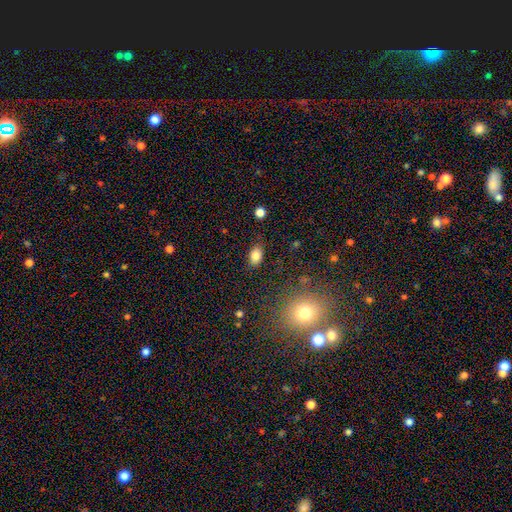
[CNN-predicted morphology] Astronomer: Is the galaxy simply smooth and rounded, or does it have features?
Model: smooth — 83%.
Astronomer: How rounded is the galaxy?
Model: in between — 85%.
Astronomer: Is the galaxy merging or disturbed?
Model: none — 84%.